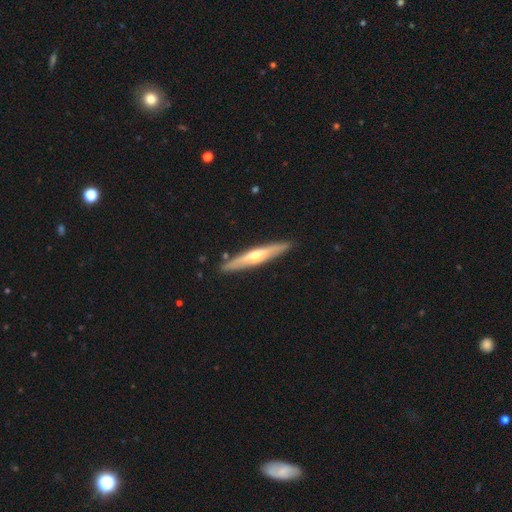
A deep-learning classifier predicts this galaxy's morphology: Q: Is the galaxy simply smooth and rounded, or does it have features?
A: featured or disk — 65%.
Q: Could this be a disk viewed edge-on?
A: yes — 92%.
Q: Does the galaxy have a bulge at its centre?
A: rounded — 86%.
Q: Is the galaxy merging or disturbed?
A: none — 89%.